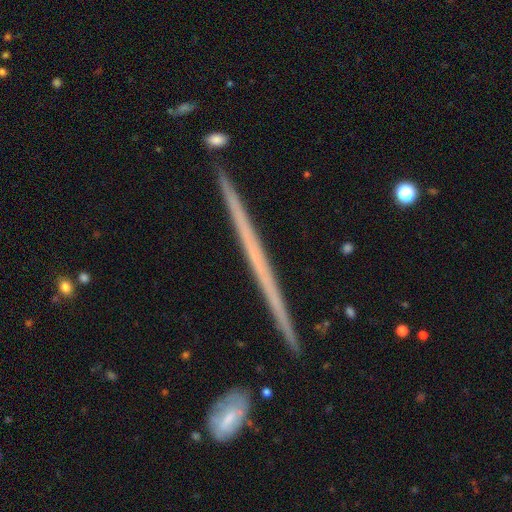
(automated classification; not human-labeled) This appears to be a featured or disk galaxy (70%) viewed edge-on (97%) with no central bulge (88%). Merging: none (90%).